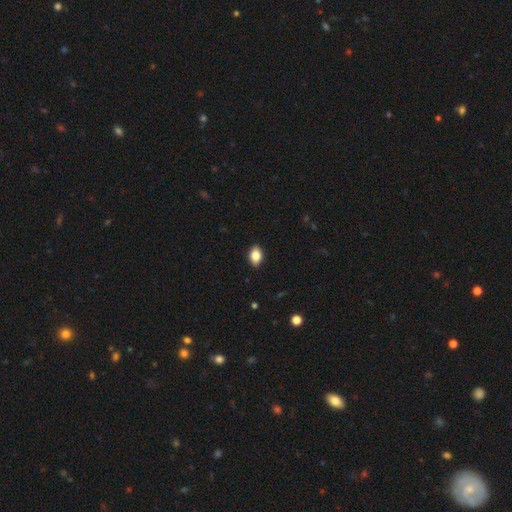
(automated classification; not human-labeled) Smooth or featured?
  - smooth: 85% *
  - star or artifact: 8%
  - featured or disk: 7%
How rounded?
  - in between: 84% *
  - round: 15%
  - cigar-shaped: 2%
Merging?
  - none: 89% *
  - minor disturbance: 8%
  - major disturbance: 2%
  - merger: 1%